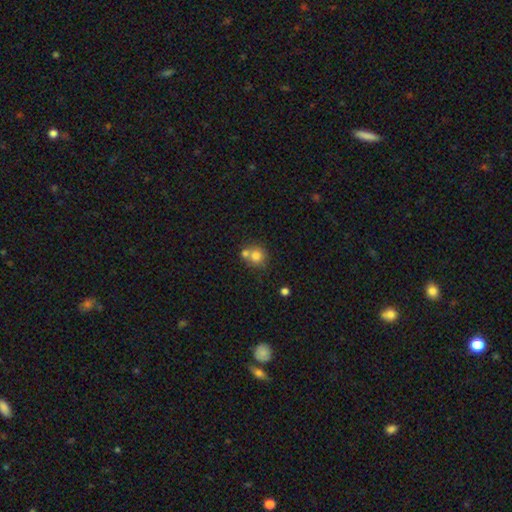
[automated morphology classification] smooth-or-featured: smooth: 78% | featured or disk: 11% | star or artifact: 11%
  how-rounded: round: 87% | in between: 12% | cigar-shaped: 1%
  merging: none: 51% | merger: 37% | minor disturbance: 9% | major disturbance: 3%